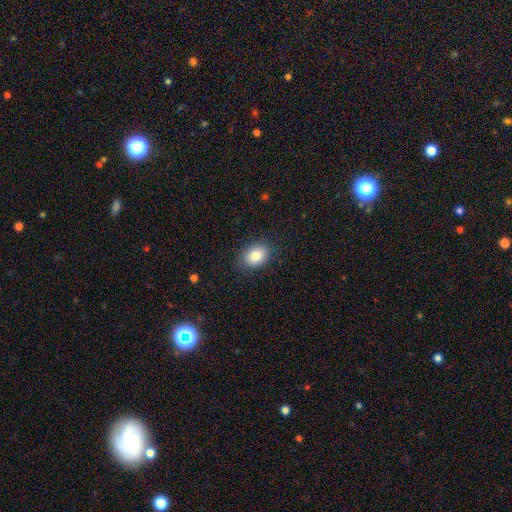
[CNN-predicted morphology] Smooth or featured?
  - smooth: 84% *
  - star or artifact: 9%
  - featured or disk: 8%
How rounded?
  - in between: 66% *
  - round: 33%
  - cigar-shaped: 1%
Merging?
  - none: 86% *
  - minor disturbance: 10%
  - major disturbance: 3%
  - merger: 1%